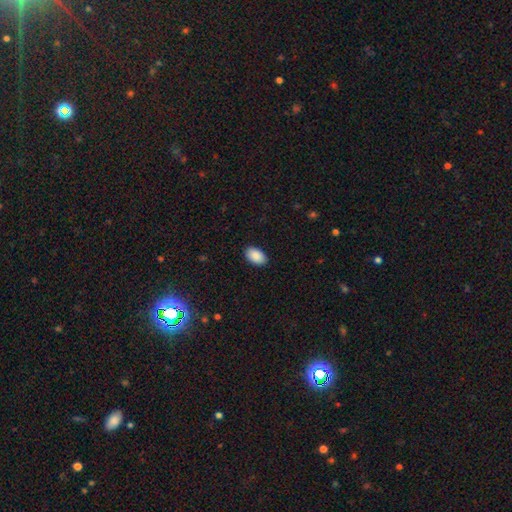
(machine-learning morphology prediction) smooth 90%, star or artifact 7%, featured or disk 3%. Down the decision tree: how rounded — in between (93%); merging — none (89%).